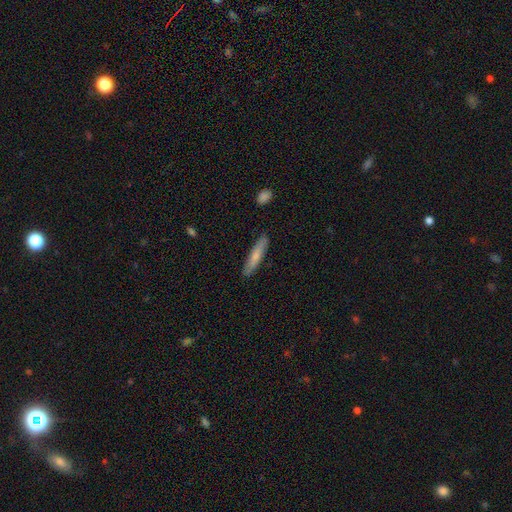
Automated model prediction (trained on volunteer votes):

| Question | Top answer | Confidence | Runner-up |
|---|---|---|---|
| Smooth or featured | smooth | 70% | featured or disk (24%) |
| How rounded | cigar-shaped | 88% | in between (10%) |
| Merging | none | 88% | minor disturbance (9%) |